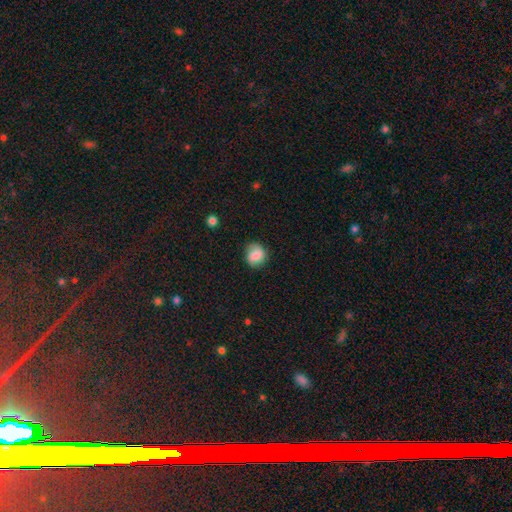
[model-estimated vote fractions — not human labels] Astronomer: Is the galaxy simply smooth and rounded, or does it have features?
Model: smooth — 82%.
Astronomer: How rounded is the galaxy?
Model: round — 78%.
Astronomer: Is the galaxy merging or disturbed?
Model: none — 75%.